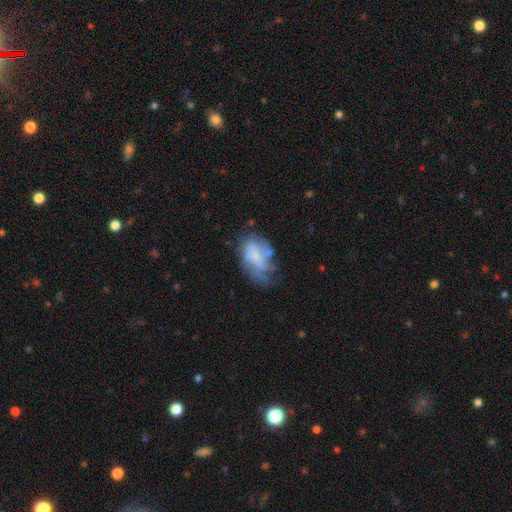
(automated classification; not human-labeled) Q: Smooth or featured?
A: featured or disk (52%); runner-up: smooth (39%)
Q: Edge-on disk?
A: no (96%); runner-up: yes (4%)
Q: Bar?
A: no (59%); runner-up: weak (30%)
Q: Spiral arms?
A: yes (60%); runner-up: no (40%)
Q: Bulge size?
A: none (47%); runner-up: small (27%)
Q: Merging?
A: none (39%); runner-up: minor disturbance (29%)